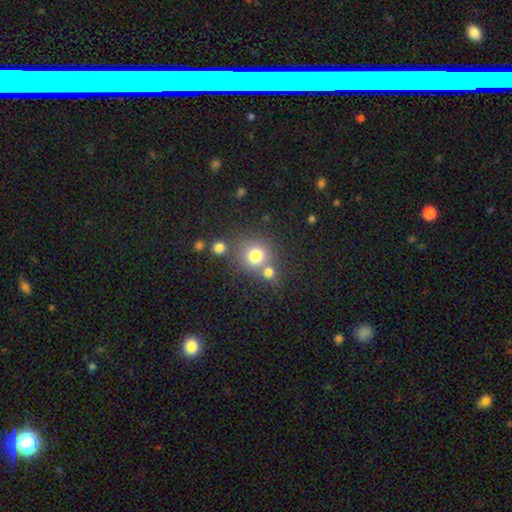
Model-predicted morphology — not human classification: A smooth galaxy with no disk features (75%) that is round (89%). Merging: none (57%).